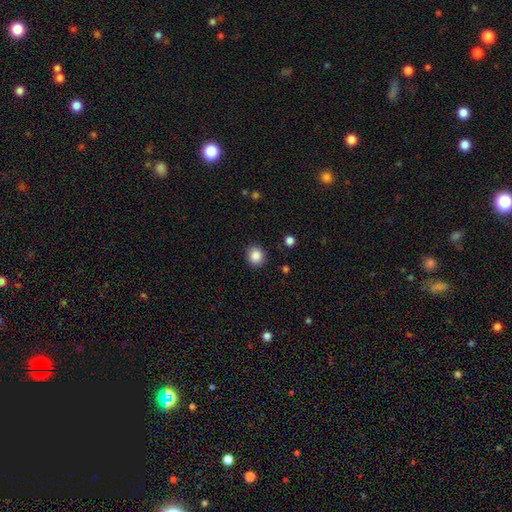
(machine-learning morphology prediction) Overall: smooth (87%). How rounded: round (80%). Merging: none (87%).